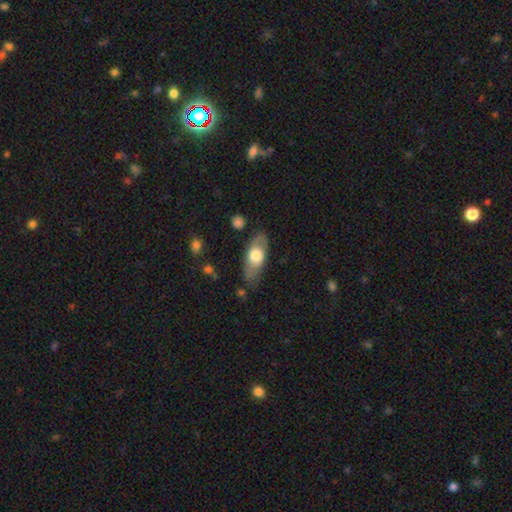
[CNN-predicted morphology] The model was most divided on "smooth or featured": smooth: 58%, featured or disk: 36%, star or artifact: 6%. More confident: how rounded — in between (78%); merging — none (75%).